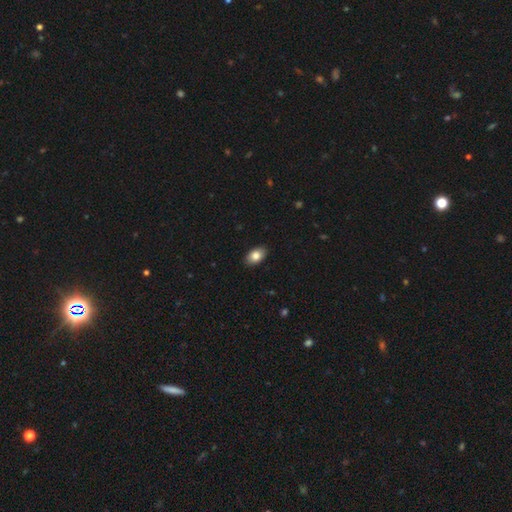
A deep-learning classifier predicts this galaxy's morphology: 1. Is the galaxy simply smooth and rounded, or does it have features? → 84% smooth, 9% featured or disk, 7% star or artifact.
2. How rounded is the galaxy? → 91% in between, 8% round, 1% cigar-shaped.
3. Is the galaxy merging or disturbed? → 89% none, 8% minor disturbance, 2% major disturbance, 1% merger.